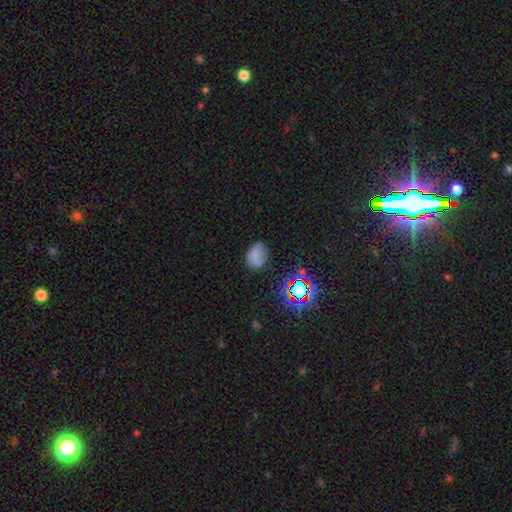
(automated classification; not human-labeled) A smooth galaxy with no disk features (70%) that is in between round and cigar-shaped (72%).

Vote fractions:
- Smooth or featured? smooth: 70% / star or artifact: 20% / featured or disk: 10%
- How rounded? in between: 72% / round: 27% / cigar-shaped: 1%
- Merging? none: 64% / minor disturbance: 25% / major disturbance: 8% / merger: 2%